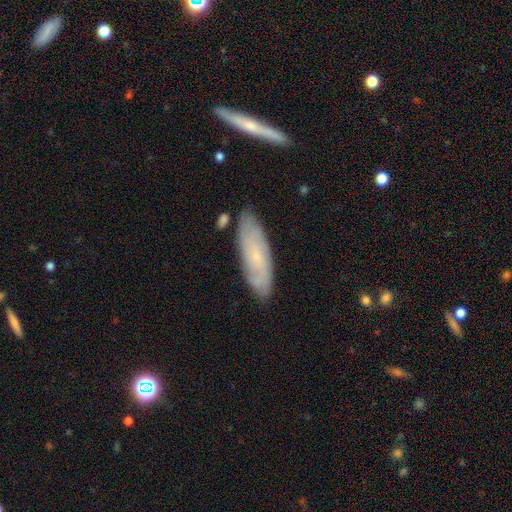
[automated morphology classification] A featured or disk galaxy (50%).

Vote fractions:
- Smooth or featured? featured or disk: 50% / smooth: 42% / star or artifact: 7%
- Edge-on disk? no: 74% / yes: 26%
- Merging? none: 81% / minor disturbance: 14% / merger: 3% / major disturbance: 2%